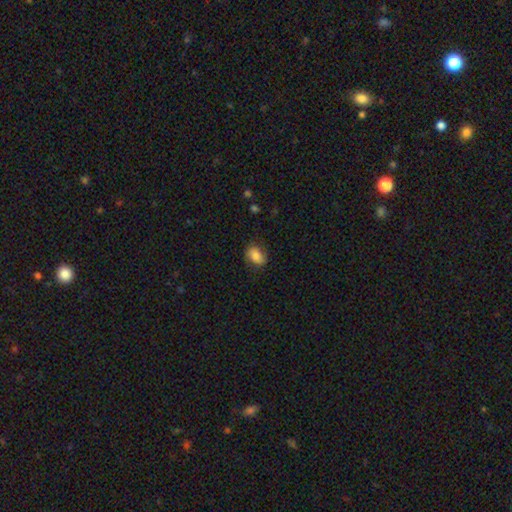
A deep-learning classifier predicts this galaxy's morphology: Smooth or featured?
  - smooth: 81% *
  - featured or disk: 11%
  - star or artifact: 8%
How rounded?
  - in between: 78% *
  - round: 21%
  - cigar-shaped: 2%
Merging?
  - none: 76% *
  - minor disturbance: 18%
  - major disturbance: 5%
  - merger: 1%